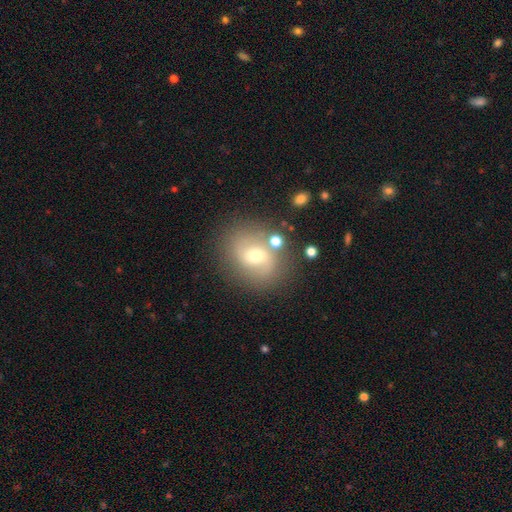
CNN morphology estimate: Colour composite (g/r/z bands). It shows a featured or disk galaxy (50%). Merging: none (75%).